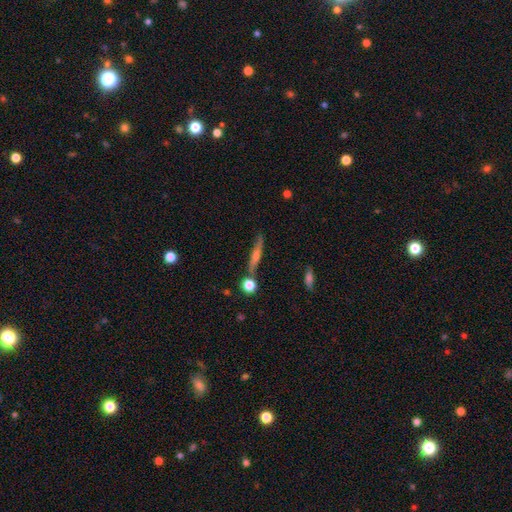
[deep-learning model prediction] Smooth or featured? Predicted: featured or disk (p=0.55). Edge-on disk? Predicted: yes (p=0.91). Merging? Predicted: none (p=0.77).